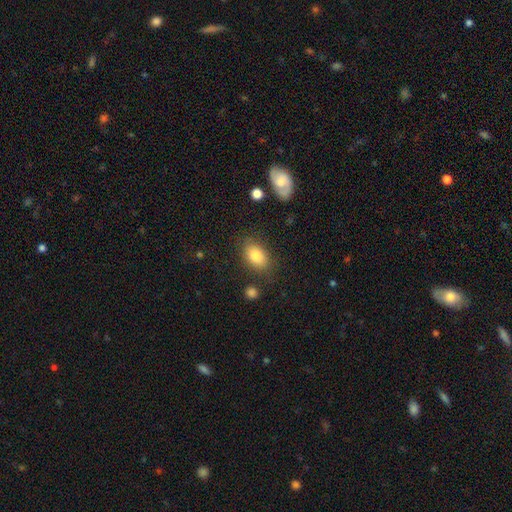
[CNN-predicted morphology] A smooth galaxy with no disk features (84%) that is in between round and cigar-shaped (87%). Merging: none (79%).